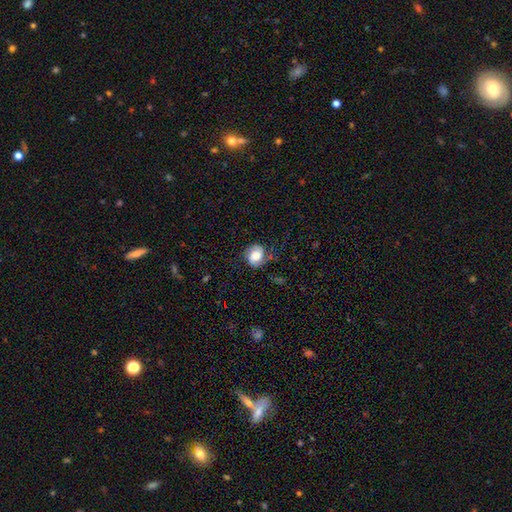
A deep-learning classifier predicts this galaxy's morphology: type=smooth (57%); roundness=round (62%); merging=none (69%).